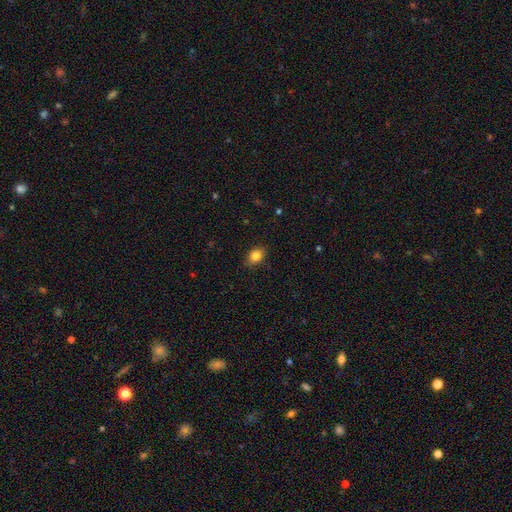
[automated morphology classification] type=smooth (84%); roundness=in between (66%); merging=none (84%).